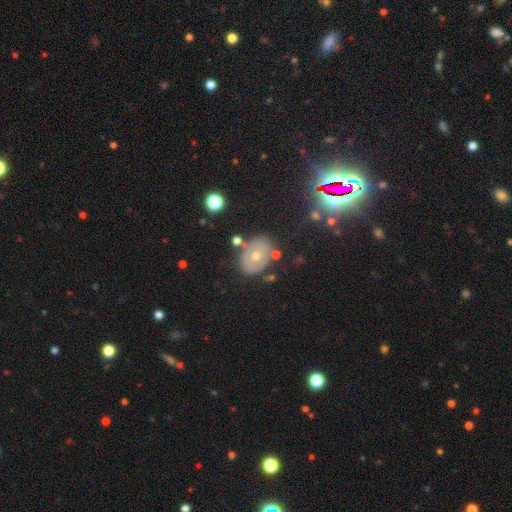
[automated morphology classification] This is possibly a smooth galaxy (46%). Merging: likely none (77%).